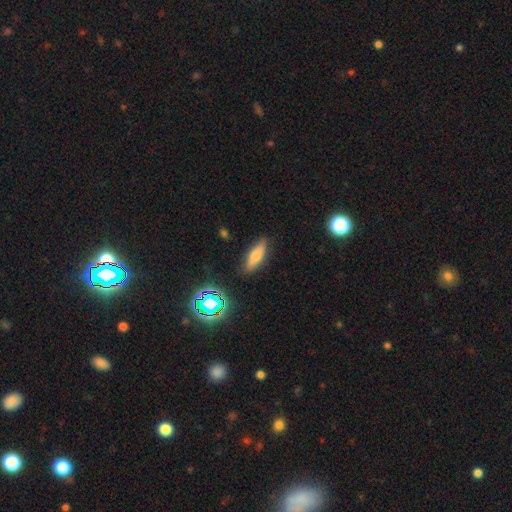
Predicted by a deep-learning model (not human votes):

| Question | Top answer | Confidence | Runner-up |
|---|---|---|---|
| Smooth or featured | smooth | 67% | featured or disk (20%) |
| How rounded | in between | 62% | cigar-shaped (35%) |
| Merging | none | 84% | minor disturbance (12%) |